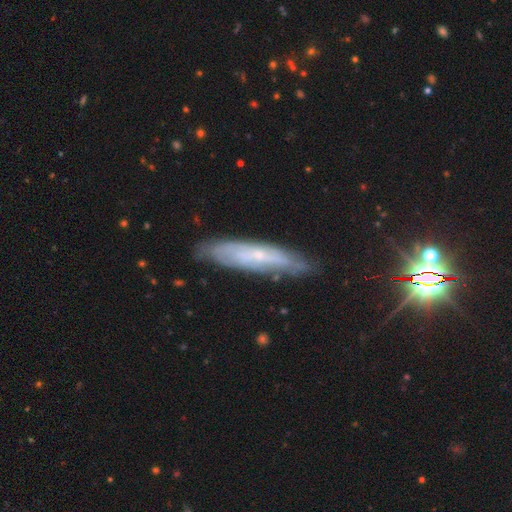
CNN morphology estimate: The model was most divided on "edge-on disk": no: 57%, yes: 43%. More confident: merging — none (79%); smooth or featured — featured or disk (64%).